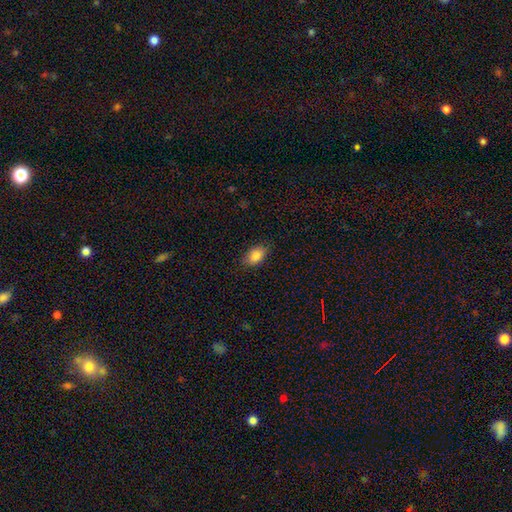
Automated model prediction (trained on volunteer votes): smooth-or-featured: smooth: 86% | star or artifact: 7% | featured or disk: 6%
  how-rounded: in between: 89% | round: 9% | cigar-shaped: 2%
  merging: none: 84% | minor disturbance: 13% | major disturbance: 3% | merger: 1%